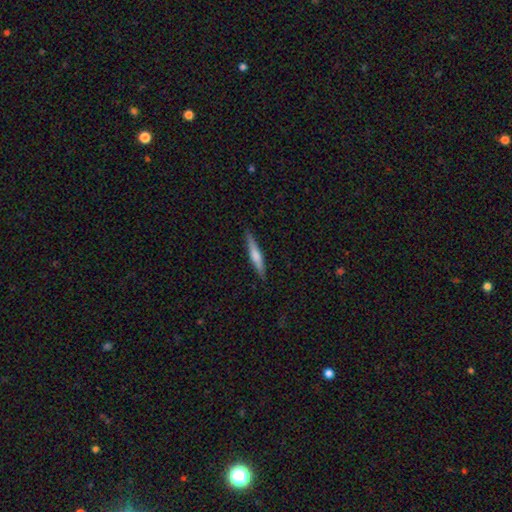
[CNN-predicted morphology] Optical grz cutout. It shows a smooth galaxy with no disk features (54%) that is cigar-shaped (92%). Merging: none (89%).